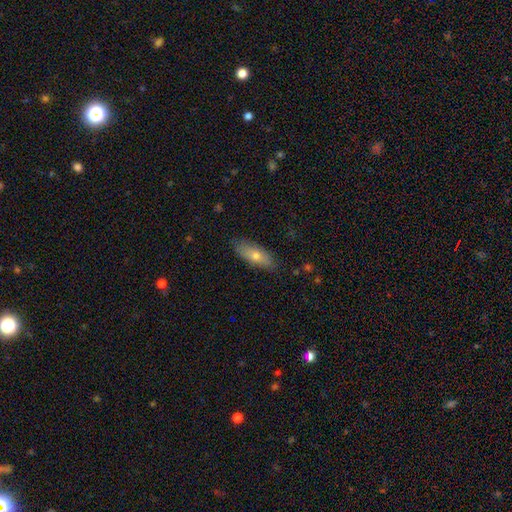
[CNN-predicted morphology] Smooth or featured? smooth (68%)
How rounded? in between (73%)
Merging? none (82%)